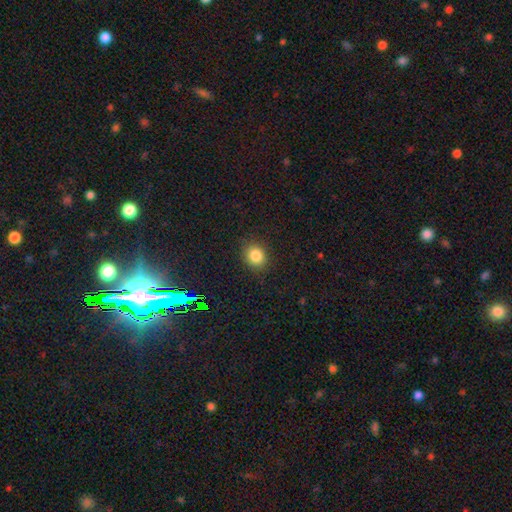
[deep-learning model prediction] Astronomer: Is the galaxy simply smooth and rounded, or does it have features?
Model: smooth — 83%.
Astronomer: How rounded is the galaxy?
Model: round — 65%.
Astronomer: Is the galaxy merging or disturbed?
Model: none — 87%.